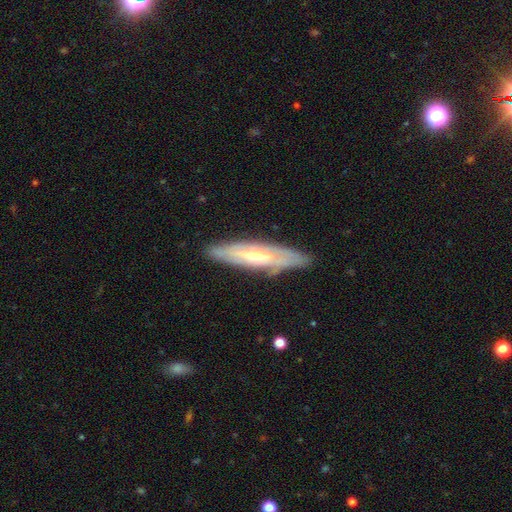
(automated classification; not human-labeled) Smooth or featured? featured or disk (67%)
Edge-on disk? yes (54%)
Merging? none (82%)